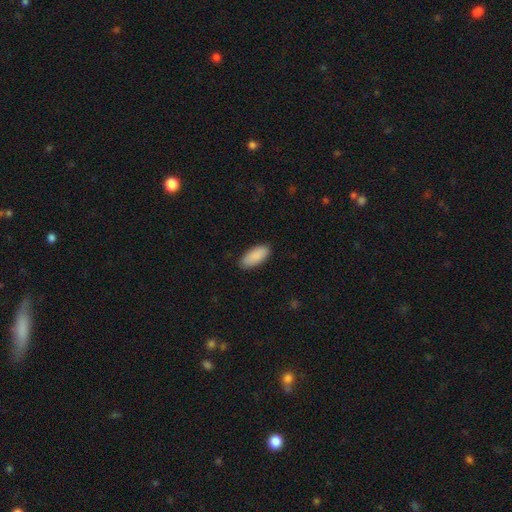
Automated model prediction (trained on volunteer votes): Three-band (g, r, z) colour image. It shows a smooth galaxy with no disk features (91%) that is in between round and cigar-shaped (89%). Merging: none (88%).